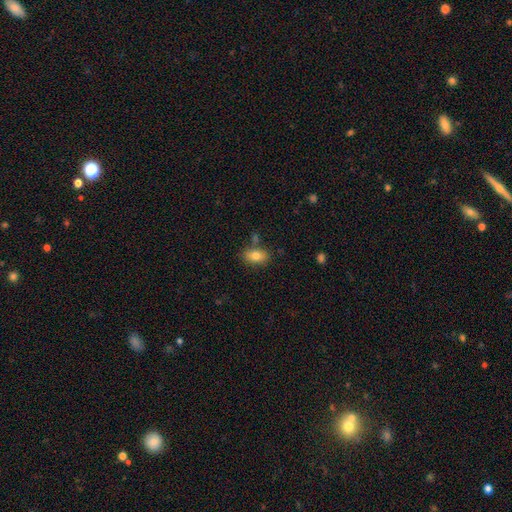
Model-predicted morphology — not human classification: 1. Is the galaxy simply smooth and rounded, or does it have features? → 80% smooth, 11% featured or disk, 9% star or artifact.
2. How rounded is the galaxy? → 84% in between, 14% round, 2% cigar-shaped.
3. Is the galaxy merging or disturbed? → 72% none, 15% minor disturbance, 9% merger, 4% major disturbance.